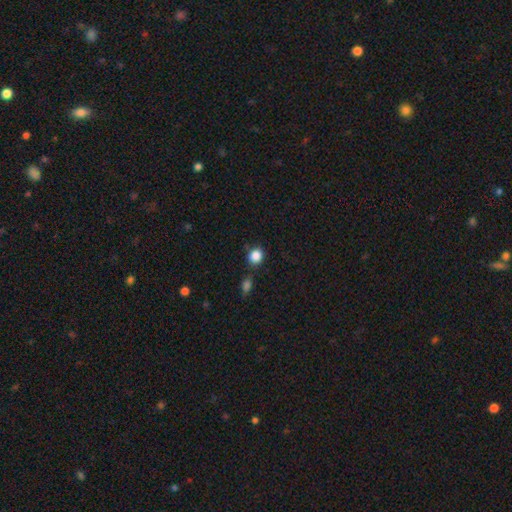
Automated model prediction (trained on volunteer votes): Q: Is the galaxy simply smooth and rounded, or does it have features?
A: smooth — 86%.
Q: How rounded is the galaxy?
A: round — 76%.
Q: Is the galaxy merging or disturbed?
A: none — 77%.